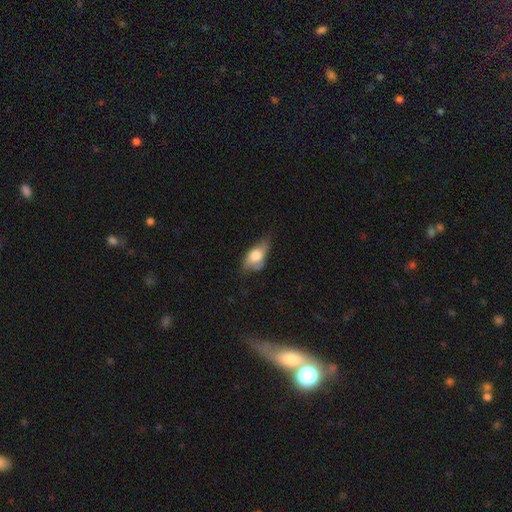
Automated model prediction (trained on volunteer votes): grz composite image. It shows a smooth galaxy with no disk features (63%) that is in between round and cigar-shaped (86%). Merging: none (40%).